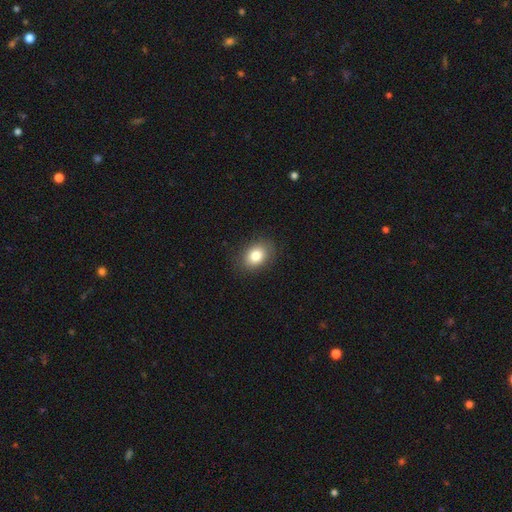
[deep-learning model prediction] Smooth or featured: smooth — 82% (featured or disk — 9%)
How rounded: in between — 68% (round — 31%)
Merging: none — 86% (minor disturbance — 10%)